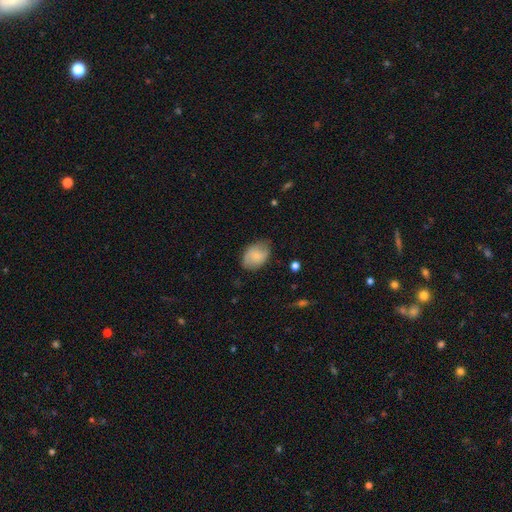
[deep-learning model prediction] Smooth or featured? smooth (71%)
How rounded? in between (79%)
Merging? none (72%)